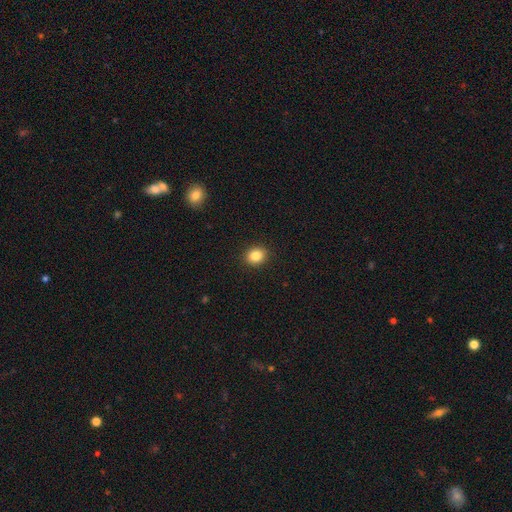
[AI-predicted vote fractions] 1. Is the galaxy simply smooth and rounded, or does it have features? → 84% smooth, 10% star or artifact, 6% featured or disk.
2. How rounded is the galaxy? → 65% round, 34% in between, 1% cigar-shaped.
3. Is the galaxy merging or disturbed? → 91% none, 6% minor disturbance, 2% major disturbance, 1% merger.